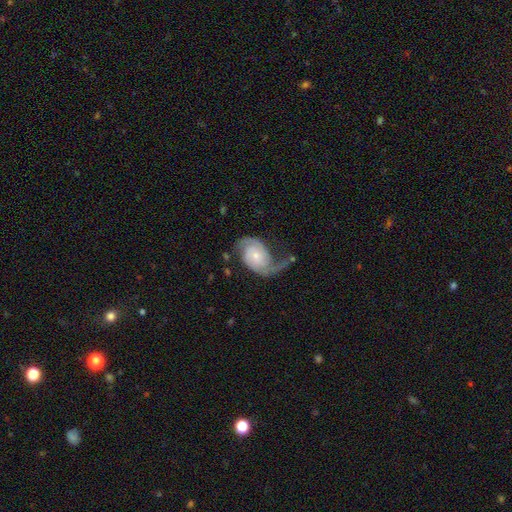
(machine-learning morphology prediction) featured or disk 84%, smooth 11%, star or artifact 5%. Down the decision tree: edge-on disk — no (98%); bar — no (63%); spiral arms — yes (96%); spiral arm count — 2 (79%); spiral winding — loose (41%); bulge size — small (57%); merging — none (44%).